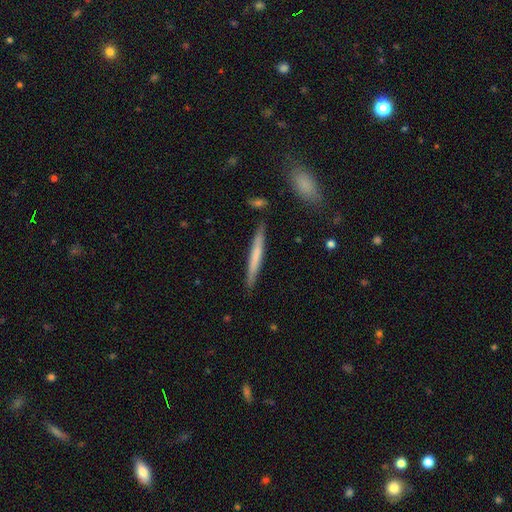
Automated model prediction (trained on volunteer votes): Smooth or featured? smooth (60%)
How rounded? cigar-shaped (96%)
Merging? none (87%)